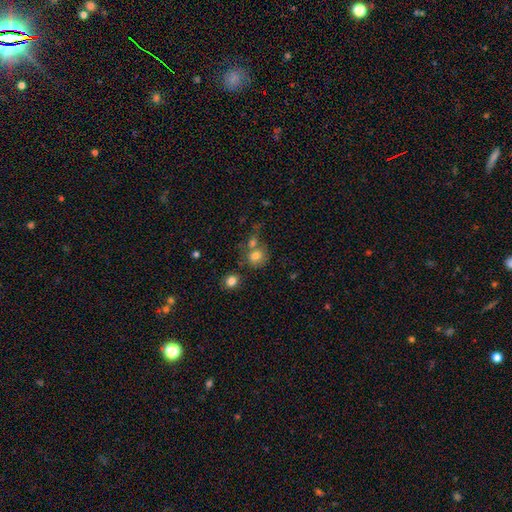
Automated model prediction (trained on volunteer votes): This is likely a smooth galaxy (76%). How rounded: likely round (73%). Merging: possibly none (48%).